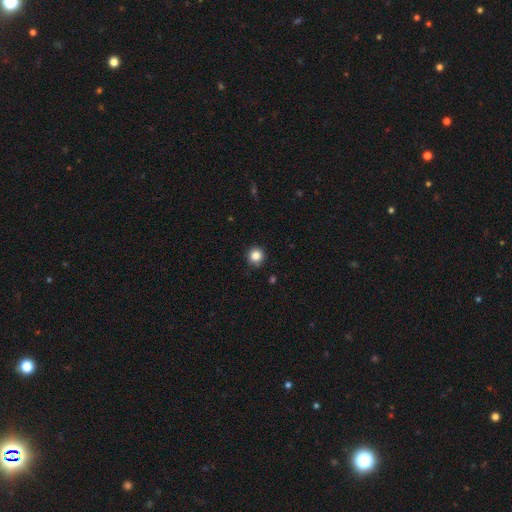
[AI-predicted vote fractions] Overall: smooth (85%). How rounded: round (95%). Merging: none (90%).